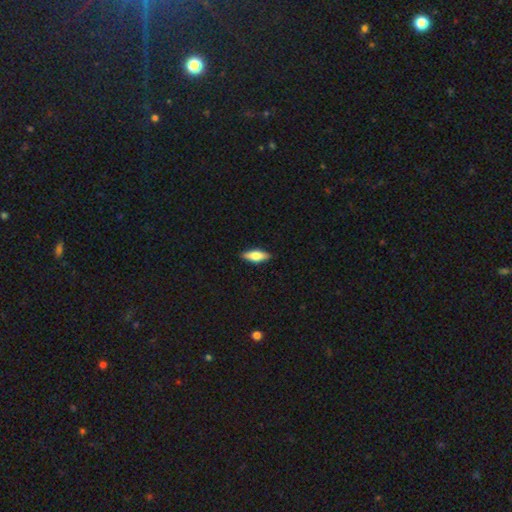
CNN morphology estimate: Smooth or featured: smooth — 72% (featured or disk — 22%)
How rounded: in between — 68% (cigar-shaped — 30%)
Merging: none — 88% (minor disturbance — 9%)